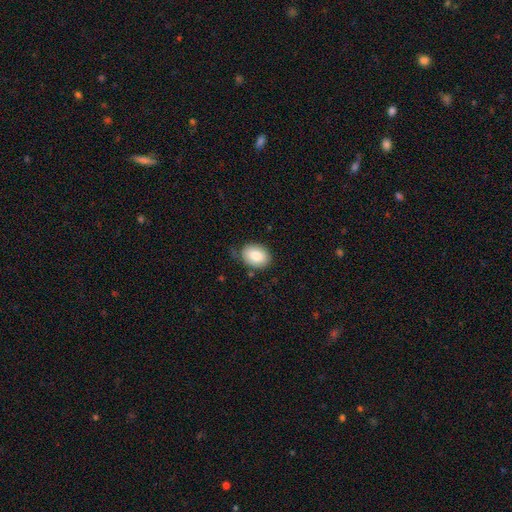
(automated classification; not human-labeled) Morphology: type=smooth (82%); roundness=in between (67%); merging=none (75%).